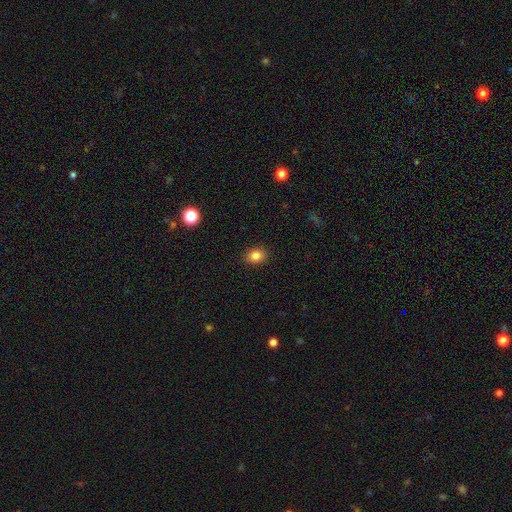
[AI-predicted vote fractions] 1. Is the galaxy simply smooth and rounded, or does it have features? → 84% smooth, 11% star or artifact, 6% featured or disk.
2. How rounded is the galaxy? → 50% in between, 49% round, 1% cigar-shaped.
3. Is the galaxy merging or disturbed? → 90% none, 7% minor disturbance, 2% major disturbance, 1% merger.